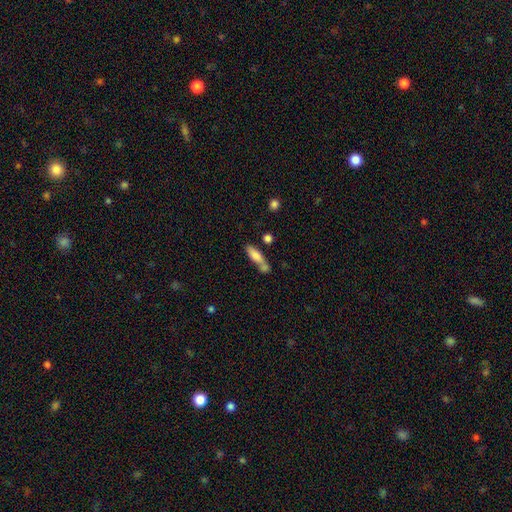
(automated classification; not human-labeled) This appears to be a smooth galaxy with no disk features (76%) that is cigar-shaped (49%, tied with in between). Merging: none (42%).